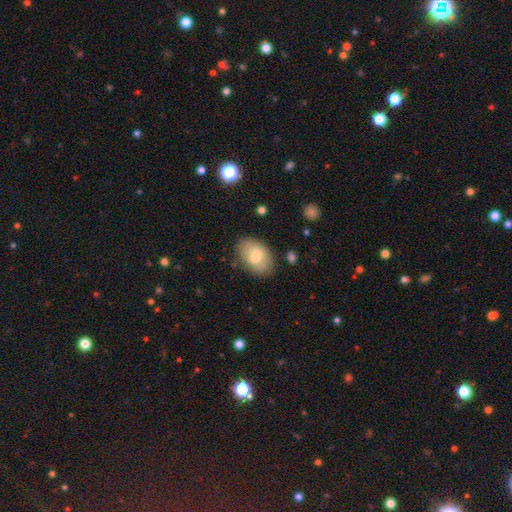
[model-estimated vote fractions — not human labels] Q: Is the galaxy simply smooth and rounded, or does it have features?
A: smooth — 72%.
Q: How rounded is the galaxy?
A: in between — 89%.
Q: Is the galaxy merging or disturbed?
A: none — 81%.